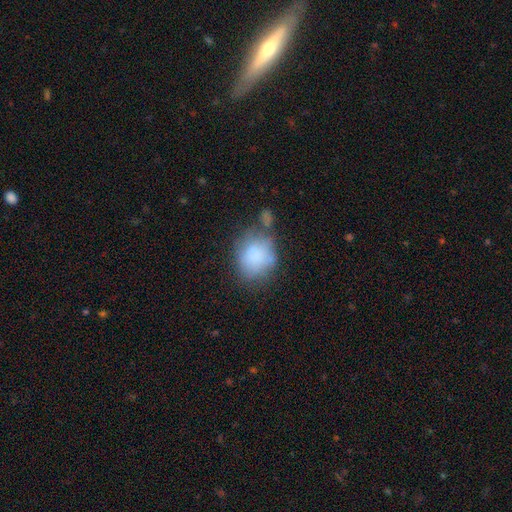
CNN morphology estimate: A smooth galaxy with no disk features (75%) that is round (62%). Merging: none (40%).